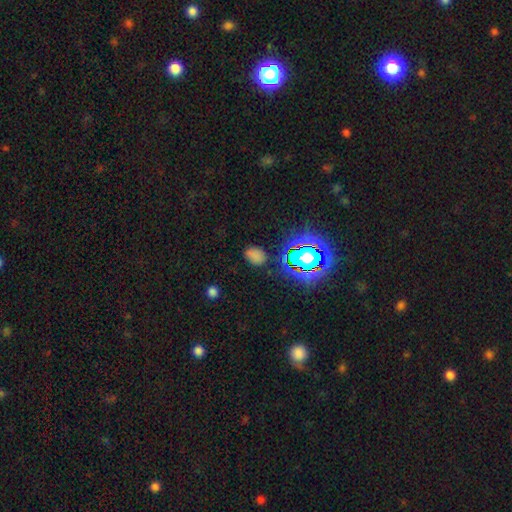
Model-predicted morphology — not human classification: smooth-or-featured: smooth: 67% | star or artifact: 26% | featured or disk: 7%
  how-rounded: in between: 72% | round: 27% | cigar-shaped: 2%
  merging: none: 80% | minor disturbance: 13% | major disturbance: 4% | merger: 2%